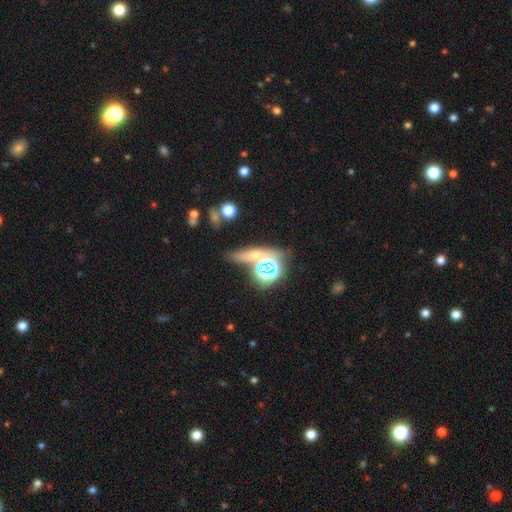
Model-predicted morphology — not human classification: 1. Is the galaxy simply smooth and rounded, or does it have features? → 43% smooth, 35% star or artifact, 22% featured or disk.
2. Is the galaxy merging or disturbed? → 55% none, 24% merger, 13% minor disturbance, 8% major disturbance.